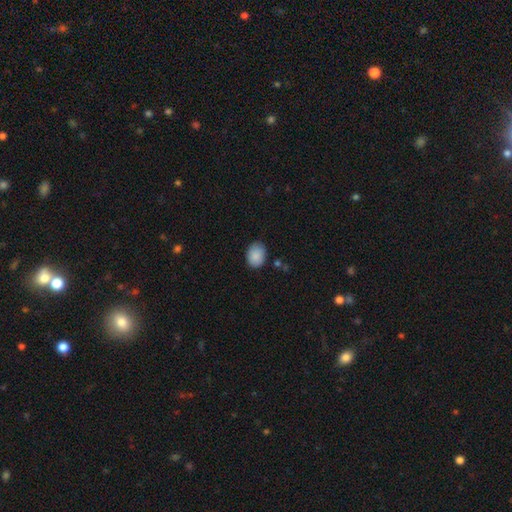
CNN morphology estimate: Smooth or featured?
  - smooth: 88% *
  - star or artifact: 7%
  - featured or disk: 5%
How rounded?
  - in between: 66% *
  - round: 33%
  - cigar-shaped: 1%
Merging?
  - none: 81% *
  - minor disturbance: 15%
  - major disturbance: 3%
  - merger: 2%